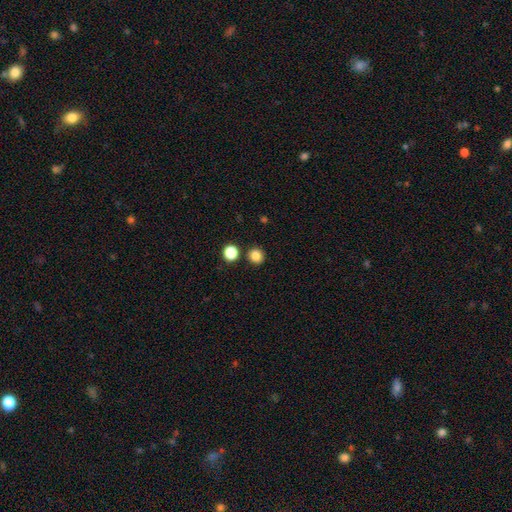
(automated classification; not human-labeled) Morphology: type=smooth (84%); roundness=round (88%); merging=none (86%).